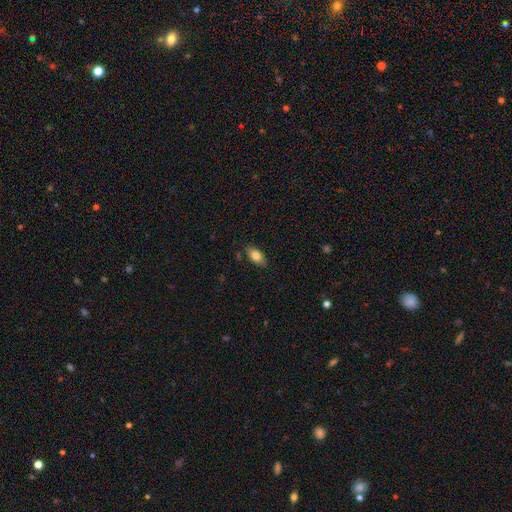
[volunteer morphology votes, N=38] This appears to be a smooth galaxy with no disk features (79%) that is in between round and cigar-shaped (80%). Merging: none (92%).